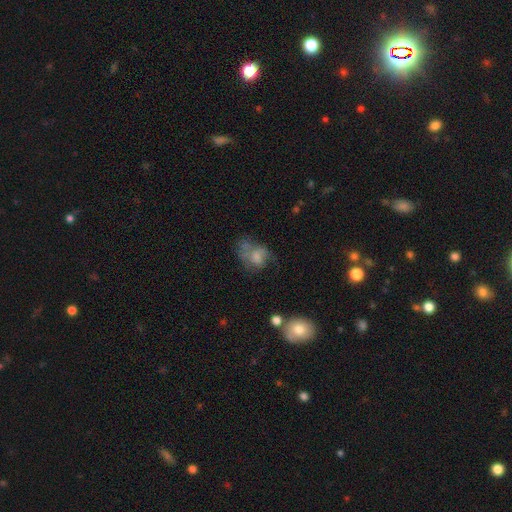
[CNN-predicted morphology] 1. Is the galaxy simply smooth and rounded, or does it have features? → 53% smooth, 35% featured or disk, 12% star or artifact.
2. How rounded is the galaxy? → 67% in between, 32% round, 1% cigar-shaped.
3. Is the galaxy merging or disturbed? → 38% major disturbance, 26% none, 23% minor disturbance, 13% merger.